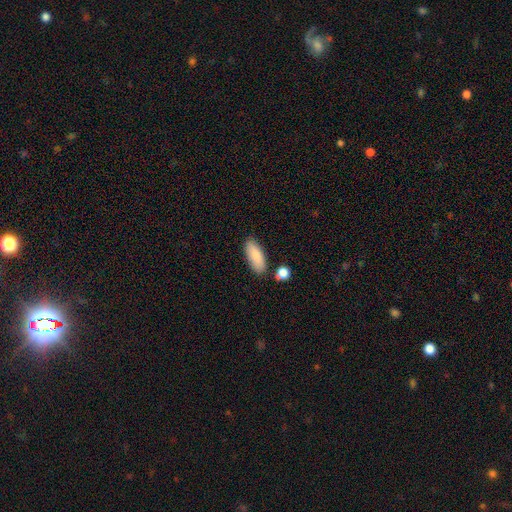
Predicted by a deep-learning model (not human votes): A smooth galaxy with no disk features (85%) that is in between round and cigar-shaped (79%).

Vote fractions:
- Smooth or featured? smooth: 85% / featured or disk: 9% / star or artifact: 6%
- How rounded? in between: 79% / cigar-shaped: 18% / round: 2%
- Merging? none: 80% / minor disturbance: 12% / merger: 5% / major disturbance: 3%